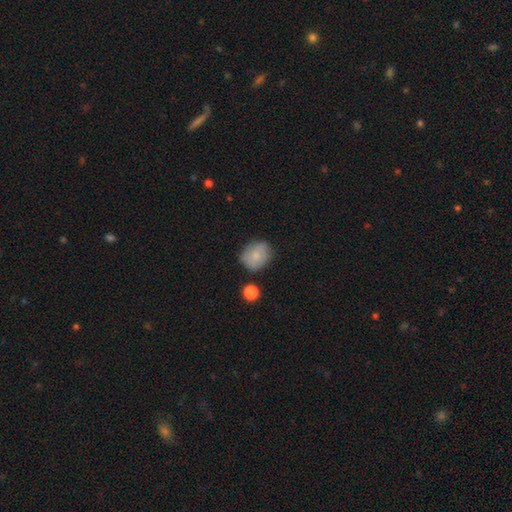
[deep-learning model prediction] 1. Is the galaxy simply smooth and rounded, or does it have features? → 71% smooth, 21% featured or disk, 8% star or artifact.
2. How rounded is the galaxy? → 56% round, 43% in between, 1% cigar-shaped.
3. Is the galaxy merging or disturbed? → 71% none, 20% minor disturbance, 5% major disturbance, 3% merger.